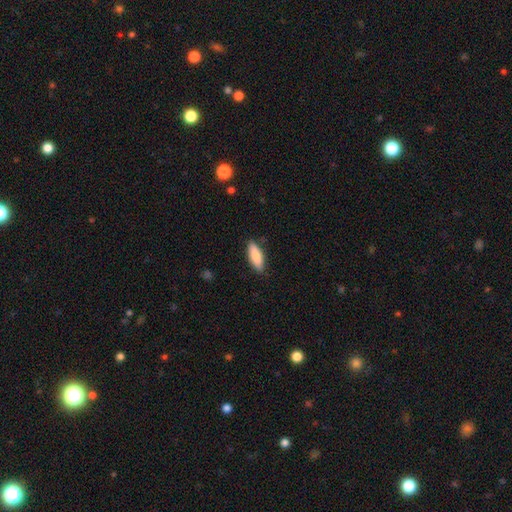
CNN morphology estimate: Smooth or featured? smooth (81%)
How rounded? in between (59%)
Merging? none (85%)